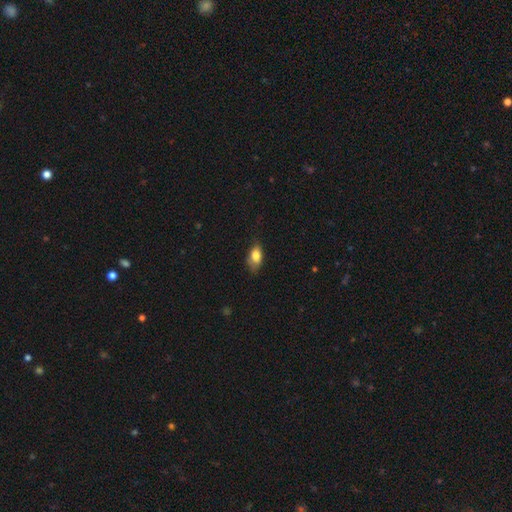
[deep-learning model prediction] A smooth galaxy with no disk features (81%) that is in between round and cigar-shaped (86%). Merging: none (62%).